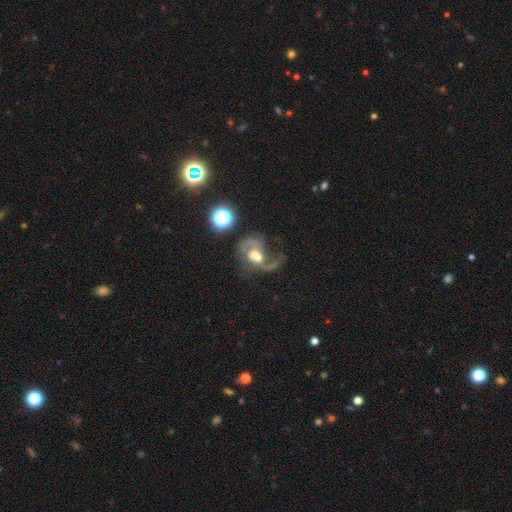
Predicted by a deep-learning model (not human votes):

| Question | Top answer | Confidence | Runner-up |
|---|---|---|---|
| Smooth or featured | featured or disk | 73% | smooth (16%) |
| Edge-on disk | no | 98% | yes (2%) |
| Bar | no | 49% | weak (40%) |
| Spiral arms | yes | 87% | no (13%) |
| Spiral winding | loose | 60% | medium (33%) |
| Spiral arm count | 2 | 63% | 1 (26%) |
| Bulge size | moderate | 53% | large (21%) |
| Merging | major disturbance | 31% | merger (28%) |